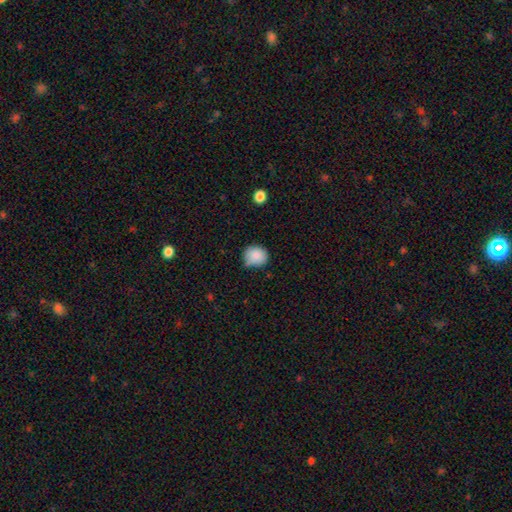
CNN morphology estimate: Overall: smooth (87%). How rounded: round (82%). Merging: none (61%; minor disturbance 31%).